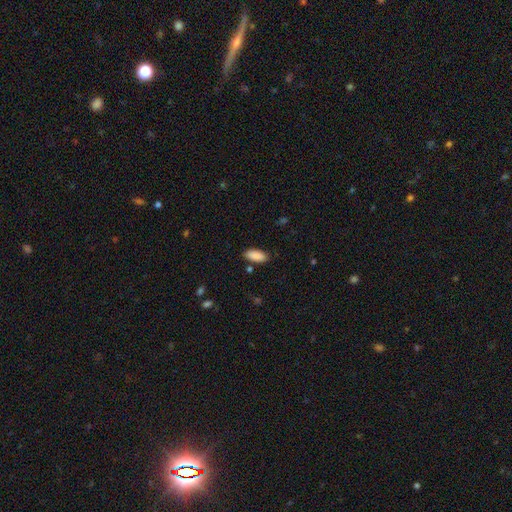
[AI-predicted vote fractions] This appears to be a smooth galaxy with no disk features (90%) that is in between round and cigar-shaped (84%). Merging: none (86%).